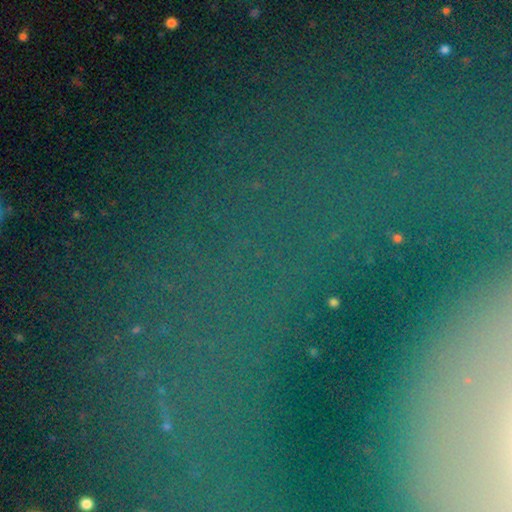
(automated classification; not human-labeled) A star or artifact, not a galaxy (71%).

Vote fractions:
- Smooth or featured? star or artifact: 71% / smooth: 16% / featured or disk: 14%